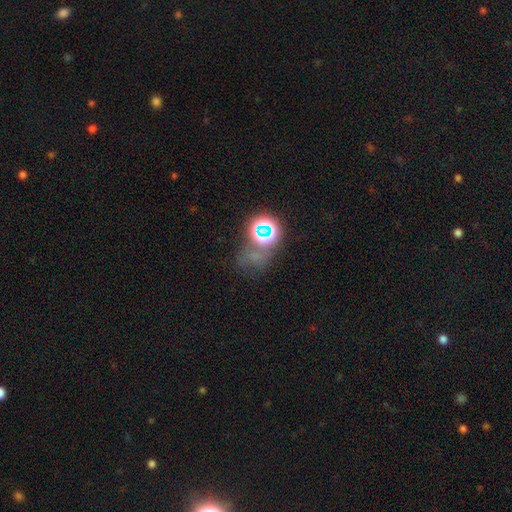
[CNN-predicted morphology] This appears to be a star or artifact, not a galaxy (60%).